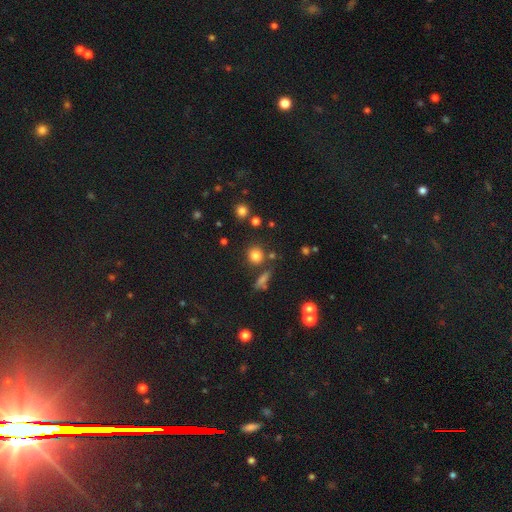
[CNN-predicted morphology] smooth 78%, star or artifact 15%, featured or disk 7%. Down the decision tree: how rounded — round (87%); merging — none (80%).